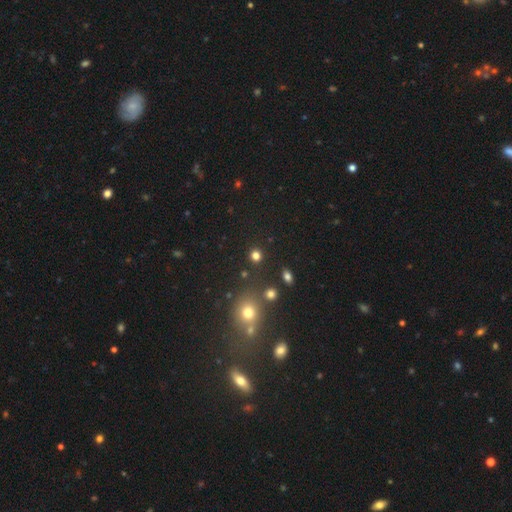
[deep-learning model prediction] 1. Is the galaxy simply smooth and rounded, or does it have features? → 78% smooth, 17% star or artifact, 5% featured or disk.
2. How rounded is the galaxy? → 87% round, 12% in between, 1% cigar-shaped.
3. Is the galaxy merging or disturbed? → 85% none, 7% minor disturbance, 5% merger, 3% major disturbance.